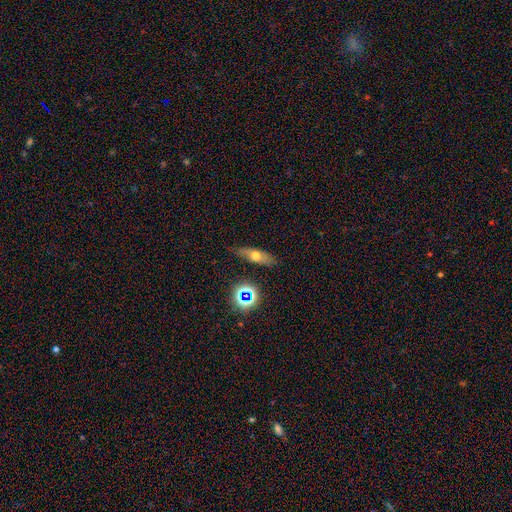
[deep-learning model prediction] smooth-or-featured: smooth: 52% | featured or disk: 35% | star or artifact: 13%
  how-rounded: in between: 48% | cigar-shaped: 43% | round: 9%
  merging: none: 78% | minor disturbance: 16% | major disturbance: 4% | merger: 2%